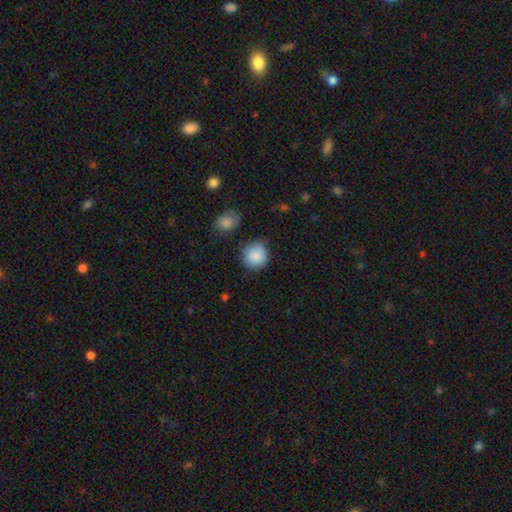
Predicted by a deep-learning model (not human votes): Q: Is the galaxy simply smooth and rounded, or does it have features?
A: smooth — 88%.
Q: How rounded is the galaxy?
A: round — 90%.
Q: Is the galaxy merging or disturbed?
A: none — 76%.